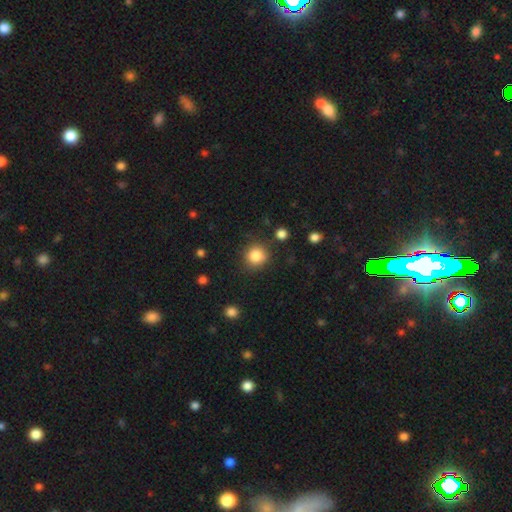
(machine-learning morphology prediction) Smooth or featured? smooth (85%)
How rounded? round (90%)
Merging? none (84%)